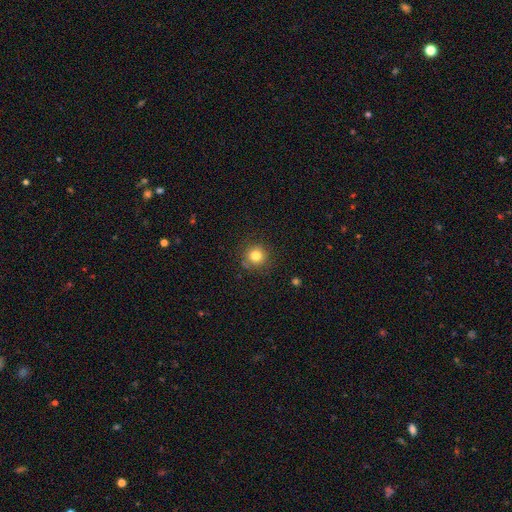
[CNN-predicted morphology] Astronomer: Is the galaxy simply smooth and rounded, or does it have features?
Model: smooth — 80%.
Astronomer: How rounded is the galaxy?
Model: round — 94%.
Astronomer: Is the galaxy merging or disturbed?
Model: none — 86%.